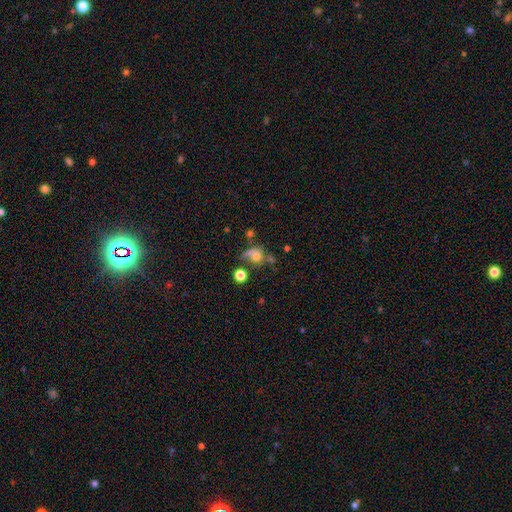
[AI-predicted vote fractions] smooth-or-featured: smooth: 62% | featured or disk: 22% | star or artifact: 16%
  how-rounded: round: 68% | in between: 30% | cigar-shaped: 2%
  merging: none: 36% | major disturbance: 23% | merger: 21% | minor disturbance: 19%